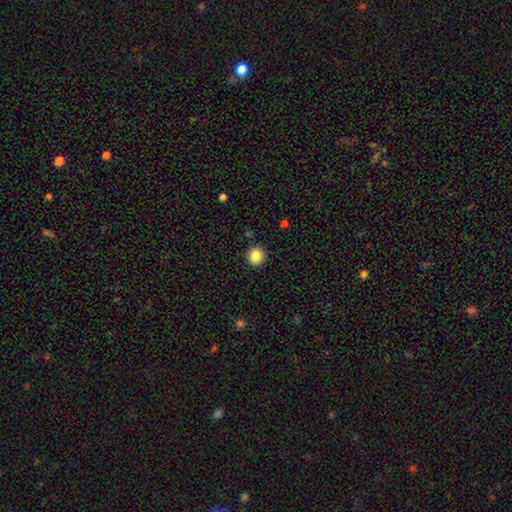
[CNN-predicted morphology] This appears to be a smooth galaxy with no disk features (84%) that is round (94%). Merging: none (91%).